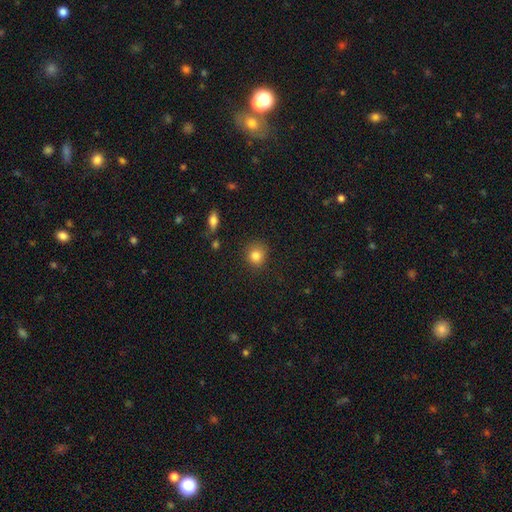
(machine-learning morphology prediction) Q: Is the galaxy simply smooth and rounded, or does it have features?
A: smooth — 83%.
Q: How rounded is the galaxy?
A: round — 86%.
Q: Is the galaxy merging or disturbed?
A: none — 84%.